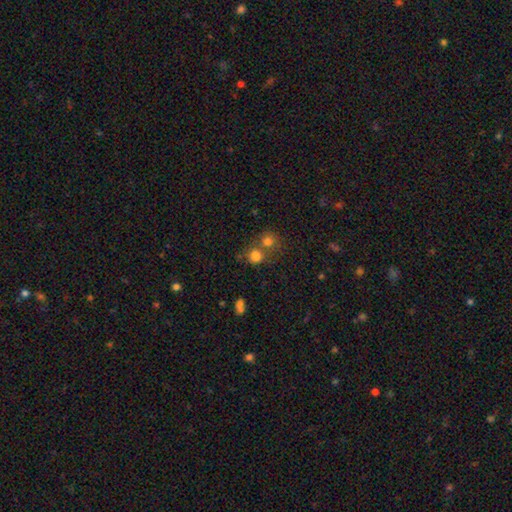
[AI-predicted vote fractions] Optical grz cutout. It shows a smooth galaxy with no disk features (76%) that is round (75%). Merging: none (46%).